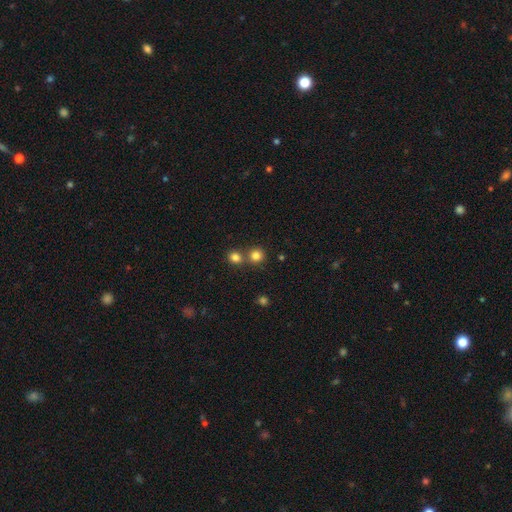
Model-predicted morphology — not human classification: This appears to be a smooth galaxy with no disk features (81%) that is round (91%). Merging: none (66%).